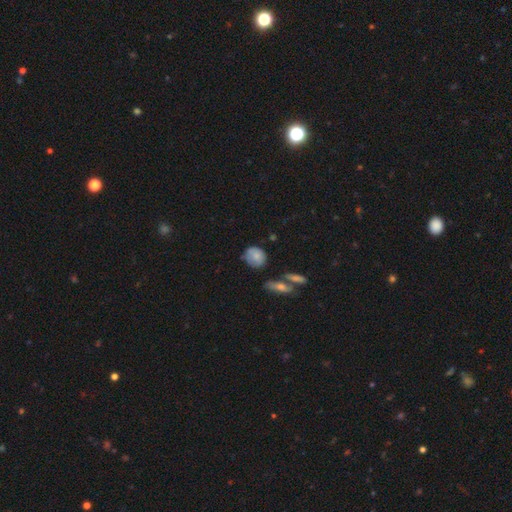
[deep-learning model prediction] Smooth or featured? Predicted: smooth (p=0.74). How rounded? Predicted: round (p=0.61). Merging? Predicted: none (p=0.53).